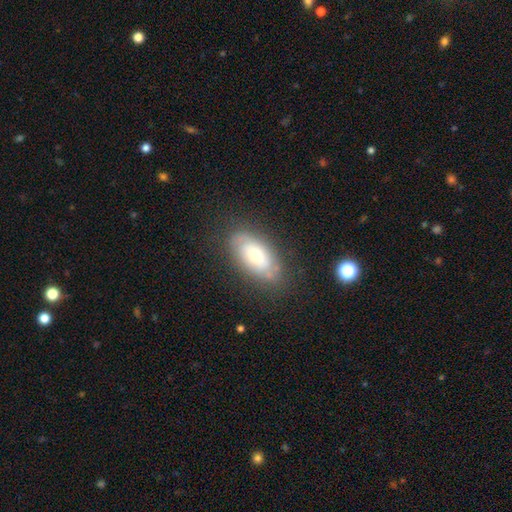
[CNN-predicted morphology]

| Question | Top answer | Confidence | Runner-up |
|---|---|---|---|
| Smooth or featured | smooth | 52% | featured or disk (39%) |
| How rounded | in between | 91% | round (5%) |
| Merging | none | 72% | minor disturbance (19%) |